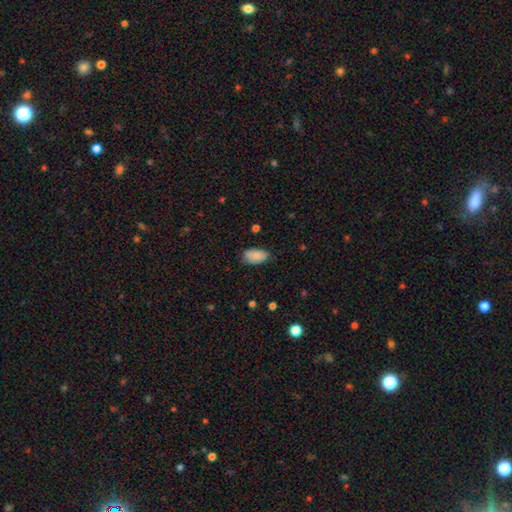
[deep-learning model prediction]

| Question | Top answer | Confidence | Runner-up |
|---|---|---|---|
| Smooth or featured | smooth | 85% | featured or disk (8%) |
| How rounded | in between | 94% | round (4%) |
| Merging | none | 71% | minor disturbance (23%) |